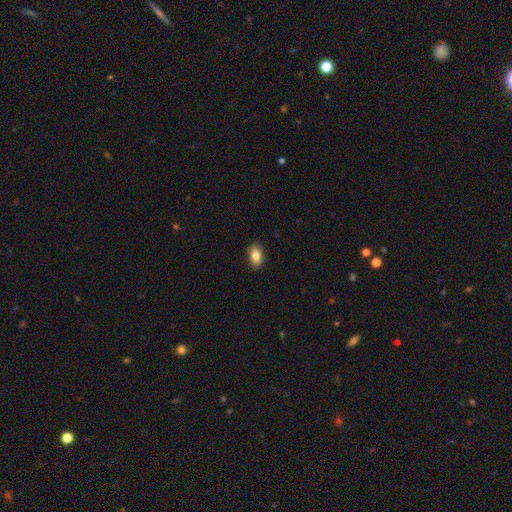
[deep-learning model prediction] Overall: smooth (84%). How rounded: in between (90%). Merging: none (87%).